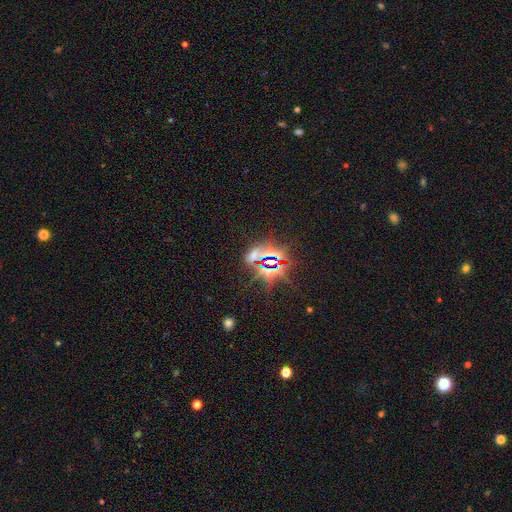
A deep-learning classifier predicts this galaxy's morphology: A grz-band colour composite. It shows a star or artifact, not a galaxy (76%).